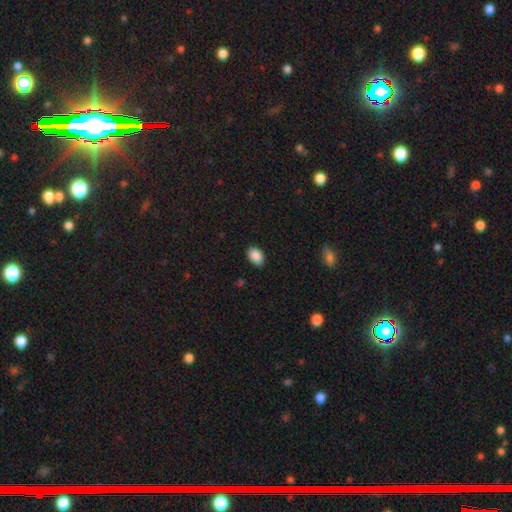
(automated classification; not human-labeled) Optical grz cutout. It shows a smooth galaxy with no disk features (89%) that is in between round and cigar-shaped (85%). Merging: none (87%).